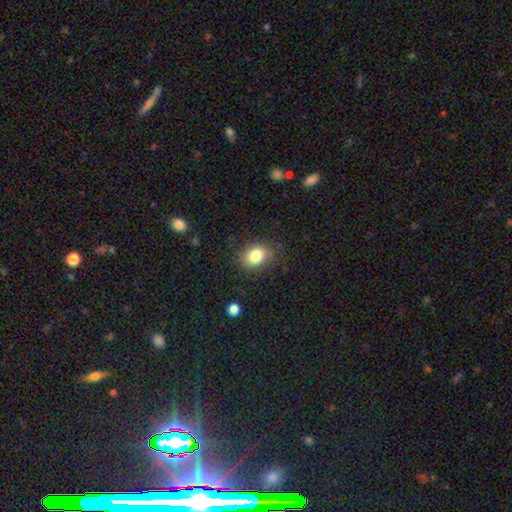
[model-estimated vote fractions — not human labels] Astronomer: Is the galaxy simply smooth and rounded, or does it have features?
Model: smooth — 82%.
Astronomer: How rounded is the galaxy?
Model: in between — 54% (runner-up: round, 45%).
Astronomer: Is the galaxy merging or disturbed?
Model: none — 82%.